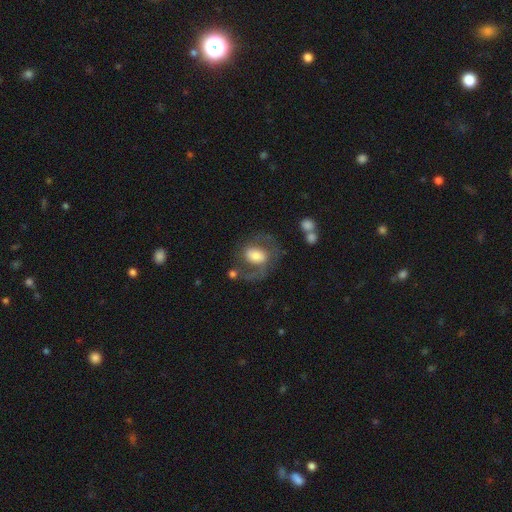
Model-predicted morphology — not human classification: Smooth or featured: featured or disk — 65% (smooth — 28%)
Edge-on disk: no — 97% (yes — 3%)
Bar: no — 44% (weak — 38%)
Spiral arms: yes — 83% (no — 17%)
Spiral winding: medium — 52% (loose — 31%)
Spiral arm count: 2 — 83% (1 — 7%)
Bulge size: moderate — 45% (large — 29%)
Merging: none — 54% (major disturbance — 23%)